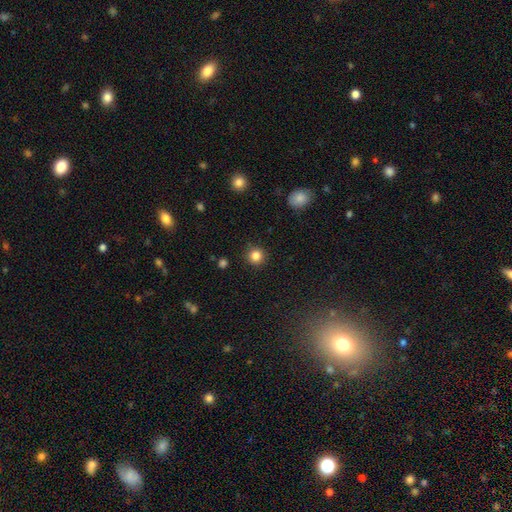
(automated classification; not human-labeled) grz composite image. It shows a smooth galaxy with no disk features (85%) that is round (93%). Merging: none (91%).